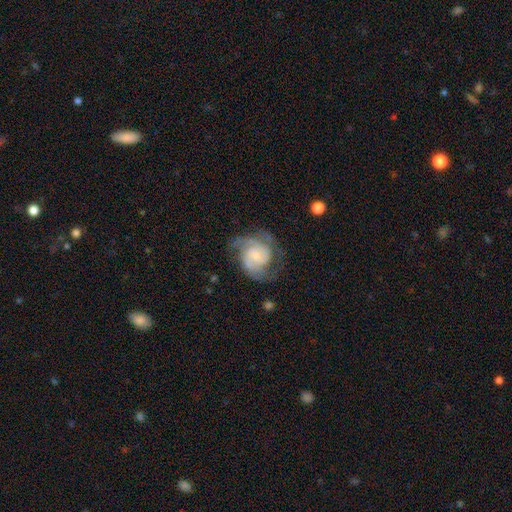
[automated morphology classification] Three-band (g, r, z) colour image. It shows a featured or disk galaxy (83%) with no bar (61%), 2 (63%) medium (47%) spiral arms (96%) and a small central bulge (59%). Merging: none (66%).